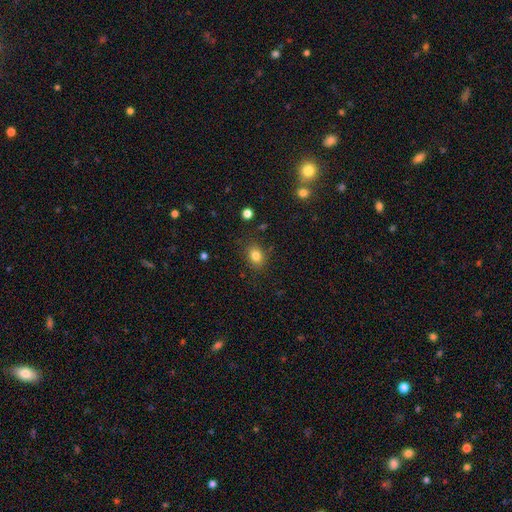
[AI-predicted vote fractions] Morphology: type=smooth (82%); roundness=in between (53%); merging=none (83%).